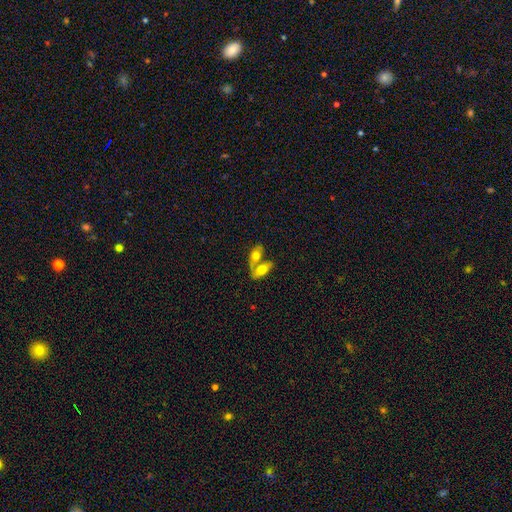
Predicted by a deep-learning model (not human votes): smooth 64%, featured or disk 29%, star or artifact 7%. Down the decision tree: how rounded — in between (83%); merging — merger (67%).